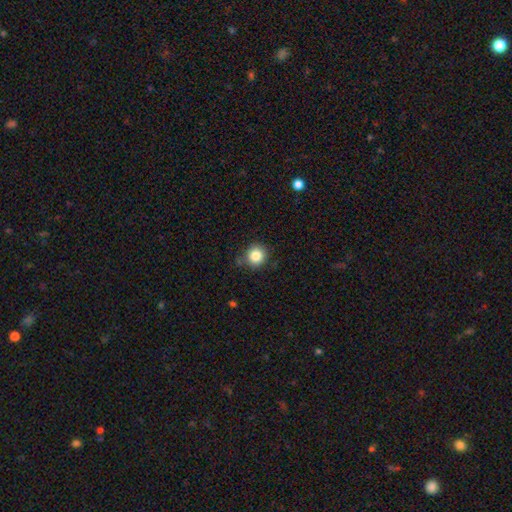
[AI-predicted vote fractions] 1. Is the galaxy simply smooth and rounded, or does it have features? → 84% smooth, 10% star or artifact, 5% featured or disk.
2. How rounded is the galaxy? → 90% round, 9% in between, 1% cigar-shaped.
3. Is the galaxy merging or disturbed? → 82% none, 13% minor disturbance, 3% major disturbance, 3% merger.